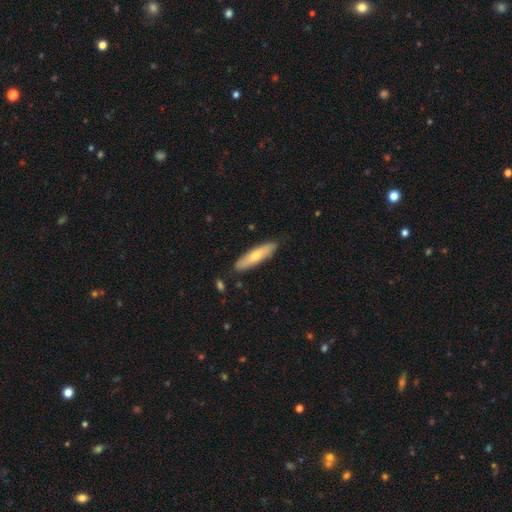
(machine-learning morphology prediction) smooth_or_featured: smooth (p=0.65) [alt: featured or disk p=0.30]
how_rounded: cigar-shaped (p=0.72) [alt: in between p=0.26]
merging: none (p=0.85) [alt: minor disturbance p=0.11]